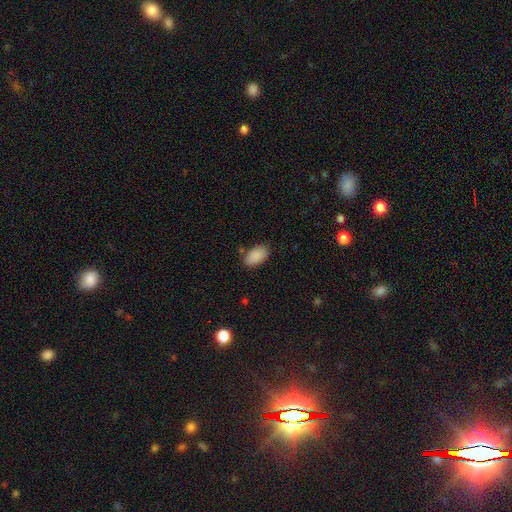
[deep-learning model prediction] The model was most divided on "merging": none: 81%, minor disturbance: 14%, major disturbance: 3%, merger: 2%. More confident: how rounded — in between (94%); smooth or featured — smooth (89%).